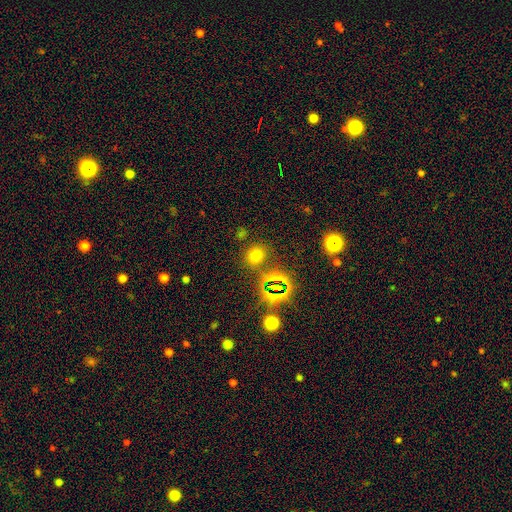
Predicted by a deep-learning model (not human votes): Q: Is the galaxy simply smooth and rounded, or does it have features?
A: smooth — 64%.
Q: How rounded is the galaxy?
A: round — 74%.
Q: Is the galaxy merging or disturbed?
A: none — 80%.